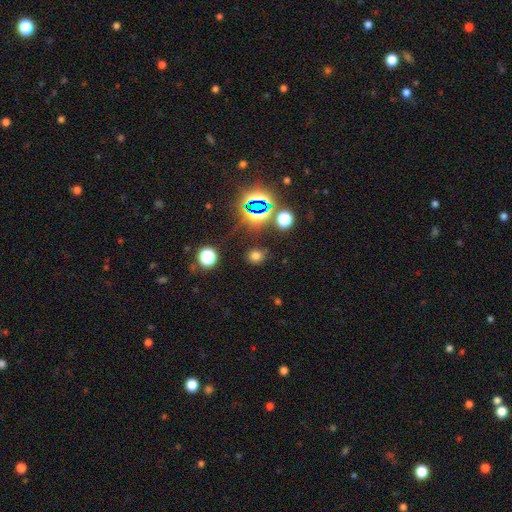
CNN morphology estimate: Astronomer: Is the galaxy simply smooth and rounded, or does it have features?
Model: smooth — 62%.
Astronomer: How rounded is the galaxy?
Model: round — 73%.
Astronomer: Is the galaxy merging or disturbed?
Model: none — 83%.